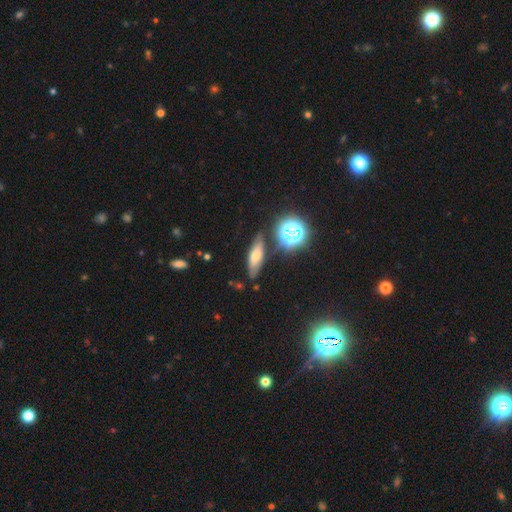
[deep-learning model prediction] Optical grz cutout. It shows a smooth galaxy with no disk features (52%) that is in between round and cigar-shaped (51%). Merging: none (73%).